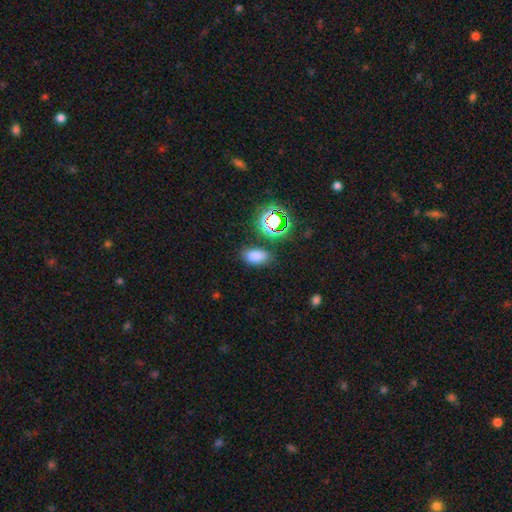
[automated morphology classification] Smooth or featured: smooth — 73% (star or artifact — 21%)
How rounded: in between — 89% (round — 8%)
Merging: none — 82% (minor disturbance — 11%)